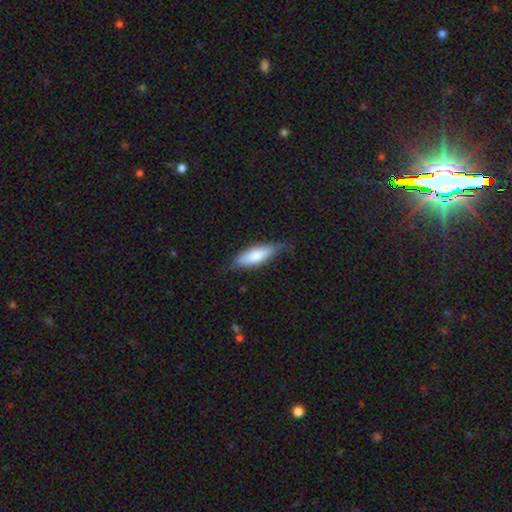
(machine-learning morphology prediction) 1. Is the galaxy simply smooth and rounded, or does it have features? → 75% smooth, 19% featured or disk, 5% star or artifact.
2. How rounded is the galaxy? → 58% in between, 40% cigar-shaped, 2% round.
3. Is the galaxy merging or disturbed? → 63% none, 29% minor disturbance, 6% major disturbance, 1% merger.